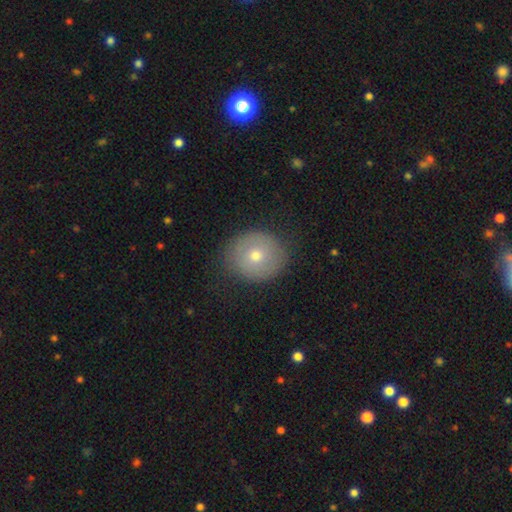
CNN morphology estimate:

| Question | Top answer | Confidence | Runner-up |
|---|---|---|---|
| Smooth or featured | smooth | 62% | featured or disk (29%) |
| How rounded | round | 81% | in between (18%) |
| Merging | none | 81% | minor disturbance (13%) |